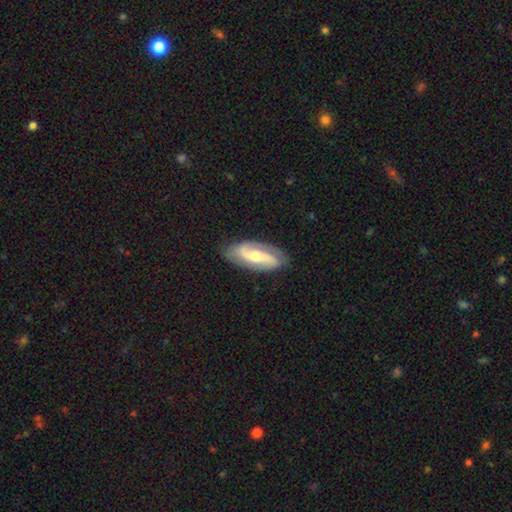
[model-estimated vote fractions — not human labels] A featured or disk galaxy (79%) with no bar (40%), 2 (88%) medium (41%) spiral arms (93%) and a moderate central bulge (55%). Merging: none (82%).